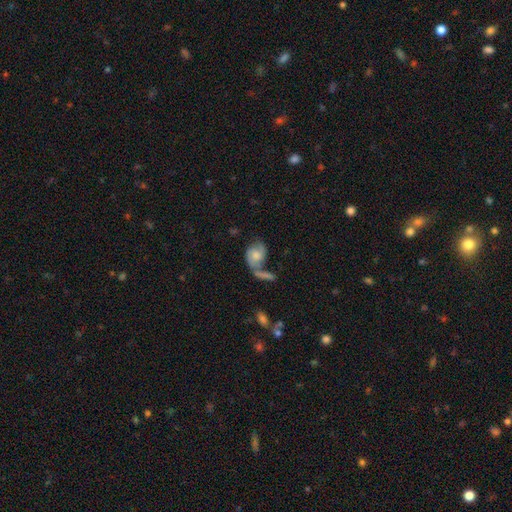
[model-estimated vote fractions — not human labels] featured or disk 54%, smooth 38%, star or artifact 8%. Down the decision tree: edge-on disk — no (96%); bar — no (71%); spiral arms — yes (79%); bulge size — moderate (47%); merging — merger (31%).